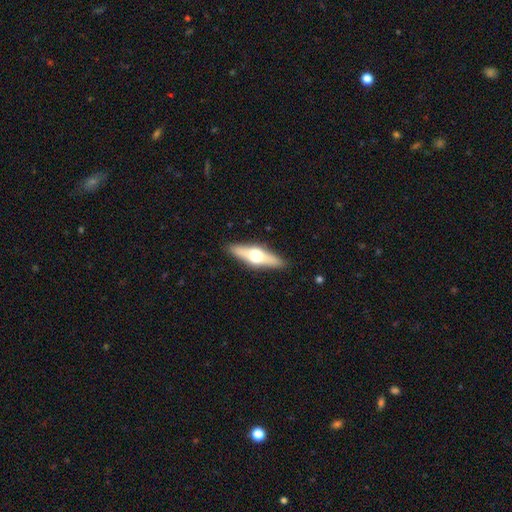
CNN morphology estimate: type=featured or disk (61%); edge-on=yes (93%); edge-on bulge=rounded (96%); merging=none (89%).